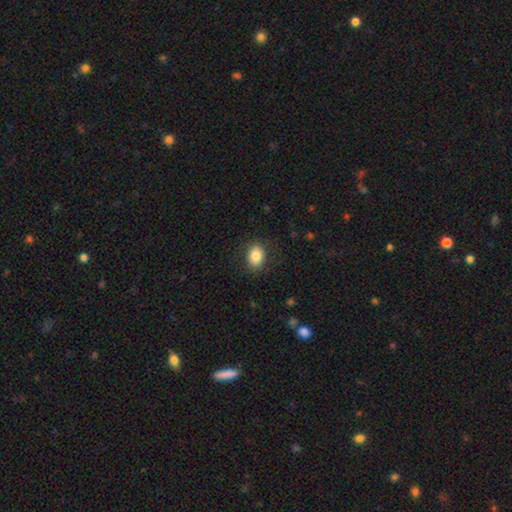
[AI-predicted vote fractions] smooth-or-featured: smooth: 84% | star or artifact: 8% | featured or disk: 8%
  how-rounded: in between: 74% | round: 25% | cigar-shaped: 1%
  merging: none: 84% | minor disturbance: 11% | major disturbance: 4% | merger: 1%